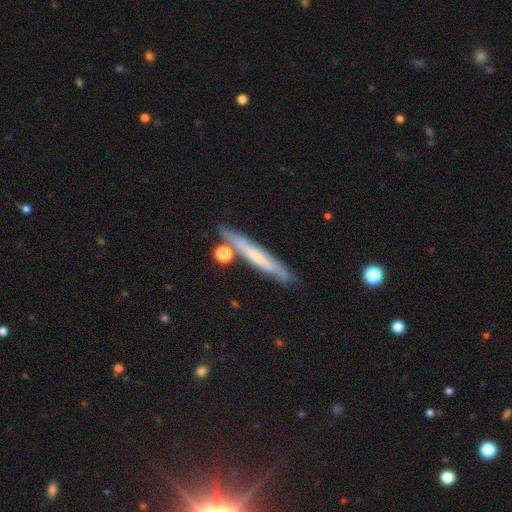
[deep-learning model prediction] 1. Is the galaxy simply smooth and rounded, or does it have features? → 51% featured or disk, 41% smooth, 8% star or artifact.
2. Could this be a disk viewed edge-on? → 83% yes, 17% no.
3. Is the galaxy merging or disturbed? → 75% none, 15% minor disturbance, 7% merger, 3% major disturbance.